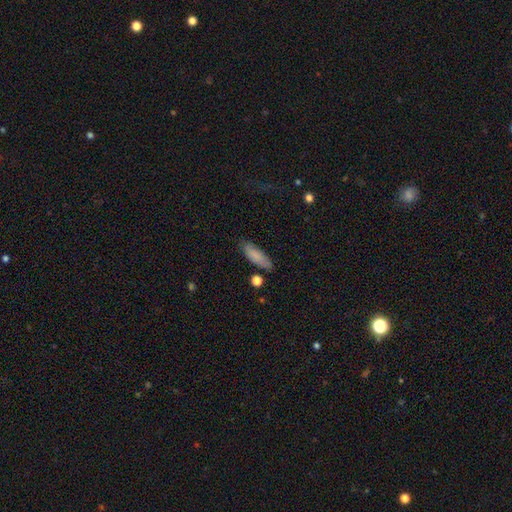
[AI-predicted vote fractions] Overall: smooth (84%). How rounded: in between (56%; cigar-shaped 42%). Merging: none (80%).